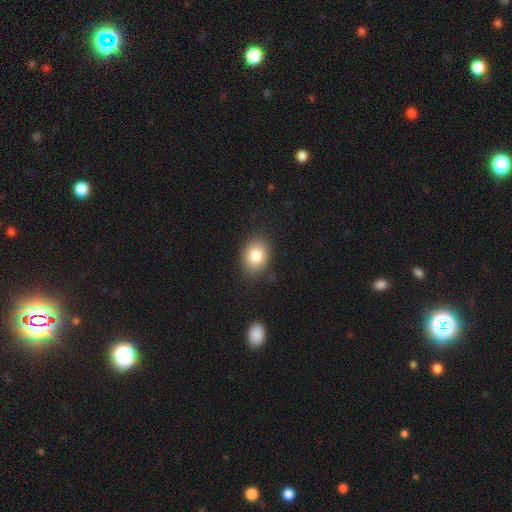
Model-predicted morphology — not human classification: Smooth or featured?
  - smooth: 84% *
  - star or artifact: 8%
  - featured or disk: 8%
How rounded?
  - in between: 67% *
  - round: 32%
  - cigar-shaped: 1%
Merging?
  - none: 83% *
  - minor disturbance: 12%
  - major disturbance: 3%
  - merger: 1%